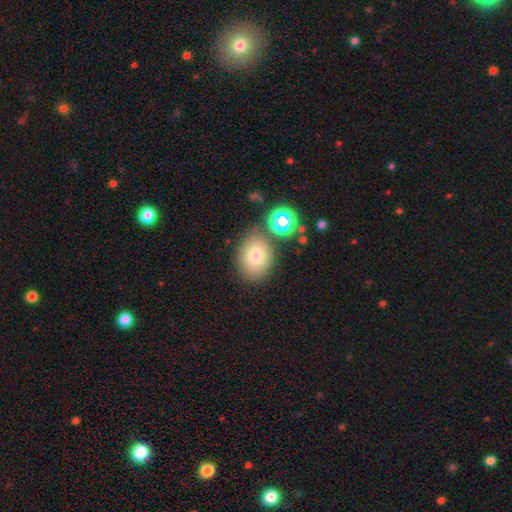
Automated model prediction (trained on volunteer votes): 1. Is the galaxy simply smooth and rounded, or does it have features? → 74% smooth, 14% star or artifact, 12% featured or disk.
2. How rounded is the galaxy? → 52% round, 47% in between, 1% cigar-shaped.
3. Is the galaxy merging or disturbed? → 75% none, 12% minor disturbance, 9% merger, 4% major disturbance.